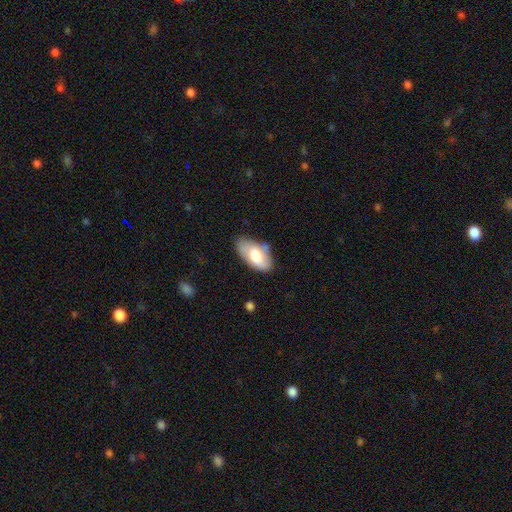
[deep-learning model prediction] Smooth or featured: smooth — 70% (featured or disk — 24%)
How rounded: in between — 94% (cigar-shaped — 3%)
Merging: none — 63% (minor disturbance — 26%)